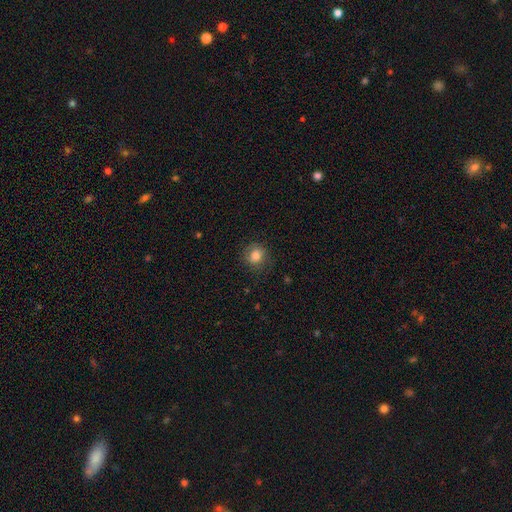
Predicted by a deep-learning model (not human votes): A smooth galaxy with no disk features (78%) that is round (81%). Merging: none (77%).